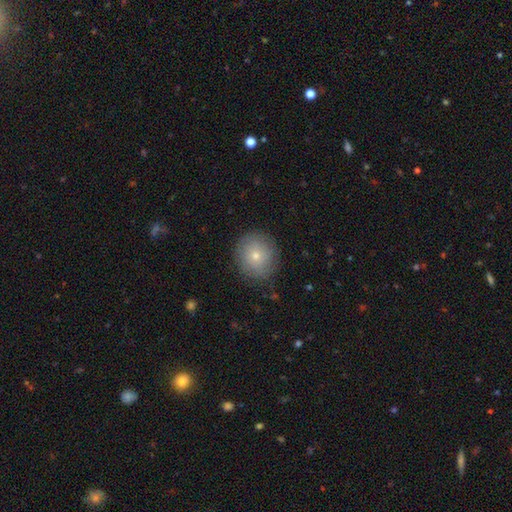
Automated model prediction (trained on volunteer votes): A smooth galaxy with no disk features (72%) that is round (87%).

Vote fractions:
- Smooth or featured? smooth: 72% / featured or disk: 17% / star or artifact: 11%
- How rounded? round: 87% / in between: 12% / cigar-shaped: 1%
- Merging? none: 86% / minor disturbance: 10% / major disturbance: 3% / merger: 1%